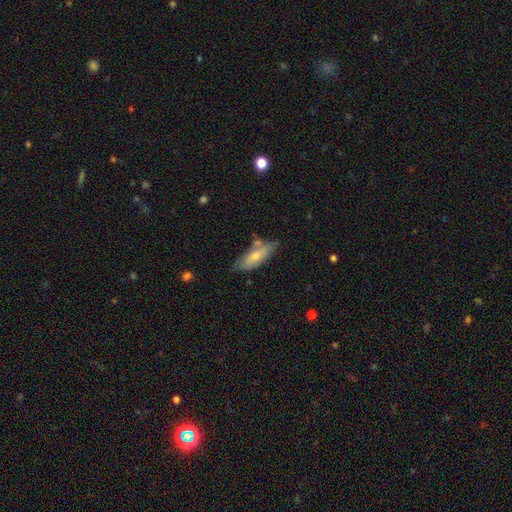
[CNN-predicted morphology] Q: Smooth or featured?
A: smooth (66%); runner-up: featured or disk (28%)
Q: How rounded?
A: in between (57%); runner-up: cigar-shaped (41%)
Q: Merging?
A: none (62%); runner-up: minor disturbance (24%)